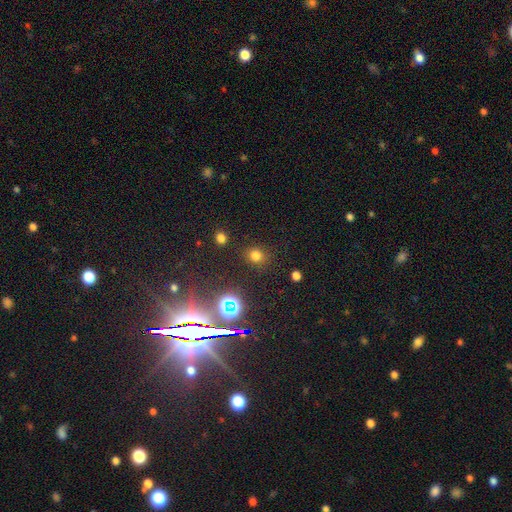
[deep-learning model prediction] This appears to be a smooth galaxy with no disk features (72%) that is round (82%). Merging: none (86%).